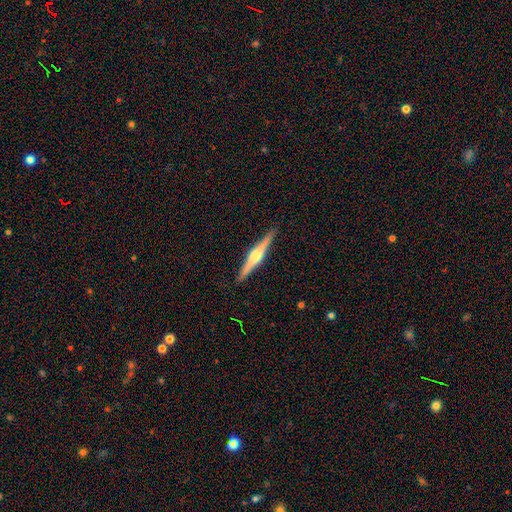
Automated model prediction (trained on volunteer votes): A featured or disk galaxy (78%) viewed edge-on (98%) with a rounded central bulge (85%).

Vote fractions:
- Smooth or featured? featured or disk: 78% / smooth: 17% / star or artifact: 5%
- Edge-on disk? yes: 98% / no: 2%
- Edge-on bulge? rounded: 85% / boxy: 11% / none: 4%
- Merging? none: 92% / minor disturbance: 6% / major disturbance: 1% / merger: 1%